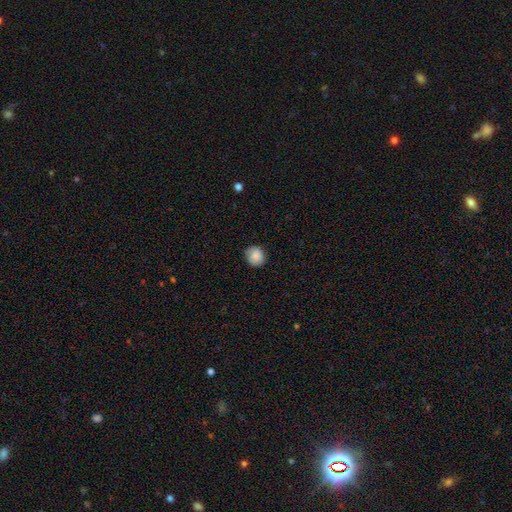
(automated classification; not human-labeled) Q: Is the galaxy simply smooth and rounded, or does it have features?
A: smooth — 86%.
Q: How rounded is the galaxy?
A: round — 82%.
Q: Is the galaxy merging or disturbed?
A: none — 85%.